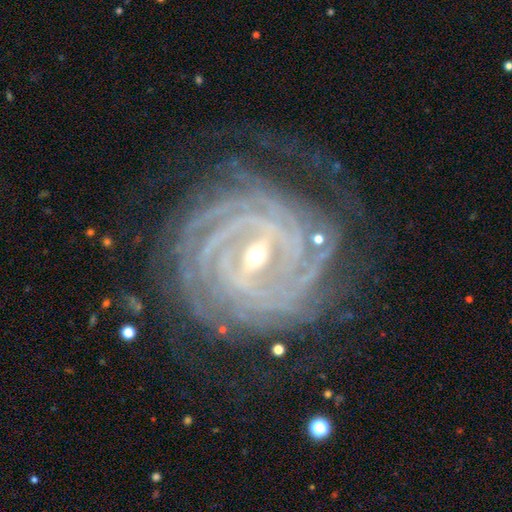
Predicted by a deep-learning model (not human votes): This is clearly a featured or disk galaxy (93%). It is clearly not viewed edge-on (97%). Bar: possibly strong (54%). Spiral arm pattern: clearly yes (98%). Spiral arm count: marginally 4 (27%). Spiral winding: clearly tight (86%). Central bulge: possibly small (57%). Merging: likely none (74%).